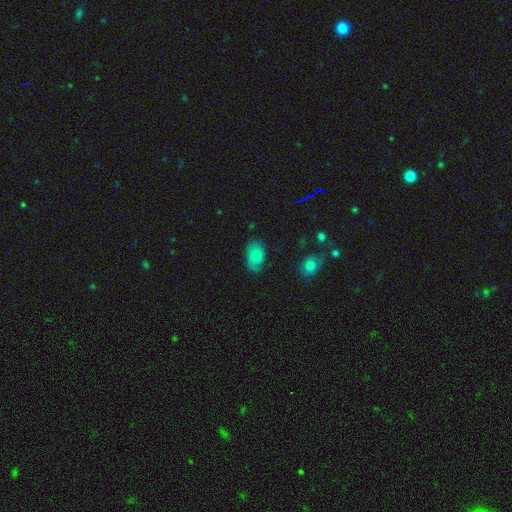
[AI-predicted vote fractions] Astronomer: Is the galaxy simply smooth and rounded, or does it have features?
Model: smooth — 75%.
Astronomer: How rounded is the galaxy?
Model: in between — 86%.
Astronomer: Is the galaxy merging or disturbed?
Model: none — 64%.